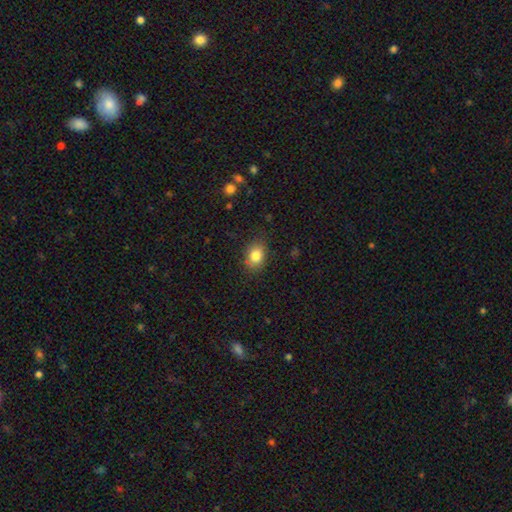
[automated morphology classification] smooth-or-featured: smooth: 83% | star or artifact: 10% | featured or disk: 7%
  how-rounded: in between: 60% | round: 39% | cigar-shaped: 1%
  merging: none: 82% | minor disturbance: 13% | major disturbance: 3% | merger: 1%